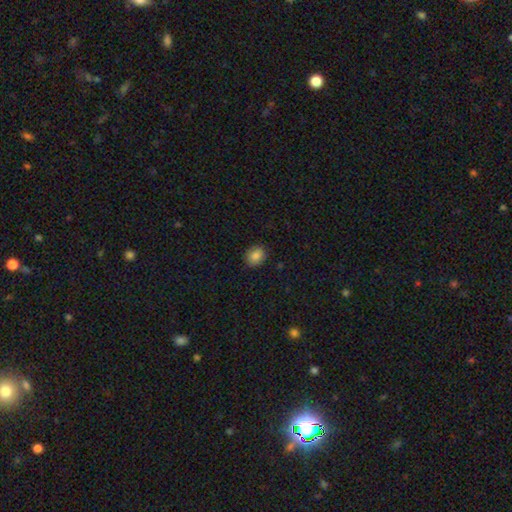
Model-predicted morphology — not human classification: smooth-or-featured: smooth: 86% | star or artifact: 9% | featured or disk: 4%
  how-rounded: round: 58% | in between: 41% | cigar-shaped: 1%
  merging: none: 88% | minor disturbance: 9% | major disturbance: 2% | merger: 1%